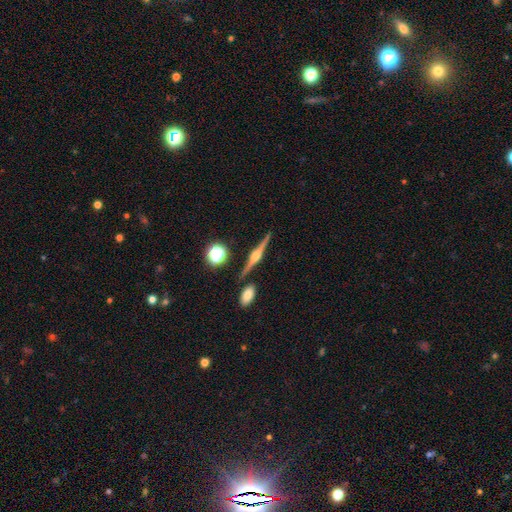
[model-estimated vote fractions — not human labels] Smooth or featured?
  - featured or disk: 82% *
  - smooth: 11%
  - star or artifact: 7%
Edge-on disk?
  - yes: 98% *
  - no: 2%
Edge-on bulge?
  - rounded: 87% *
  - boxy: 11%
  - none: 2%
Merging?
  - none: 86% *
  - minor disturbance: 8%
  - merger: 4%
  - major disturbance: 2%